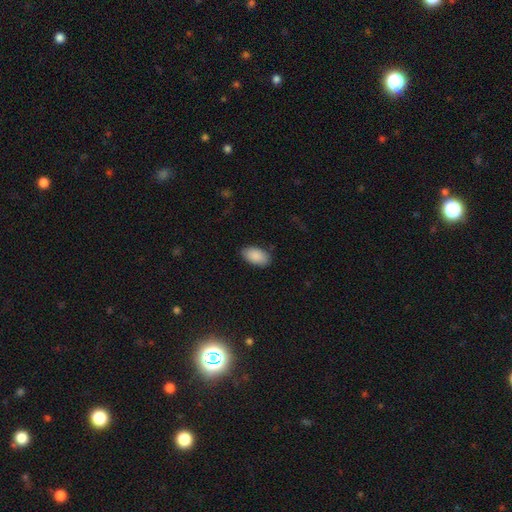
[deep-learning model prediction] A smooth galaxy with no disk features (89%) that is in between round and cigar-shaped (95%). Merging: none (84%).